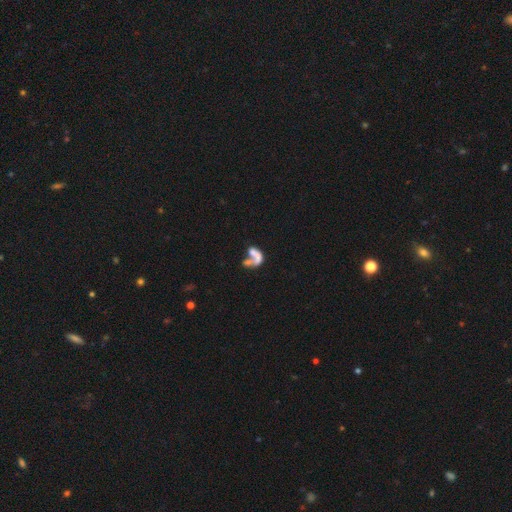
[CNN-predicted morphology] Smooth or featured? featured or disk (52%)
Edge-on disk? no (97%)
Bar? no (83%)
Spiral arms? no (67%)
Bulge size? none (67%)
Merging? merger (46%)